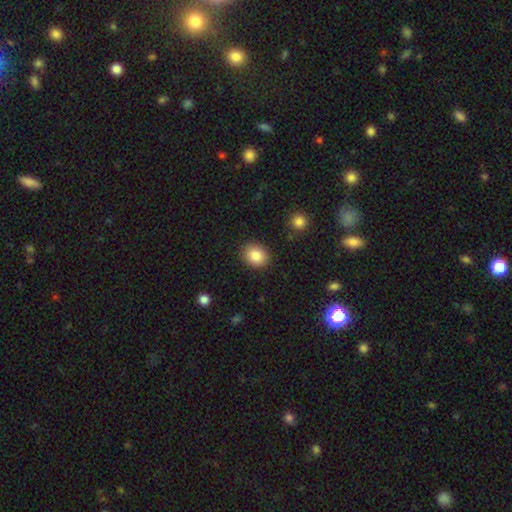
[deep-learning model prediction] Smooth or featured? Predicted: smooth (p=0.86). How rounded? Predicted: round (p=0.62). Merging? Predicted: none (p=0.89).